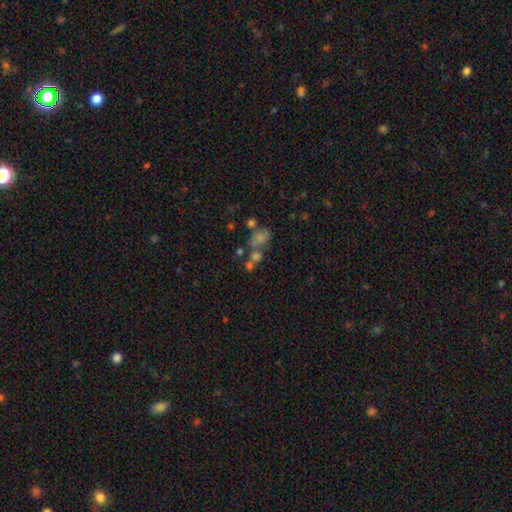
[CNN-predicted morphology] smooth-or-featured: smooth: 52% | star or artifact: 27% | featured or disk: 21%
  how-rounded: in between: 55% | round: 41% | cigar-shaped: 4%
  merging: merger: 44% | none: 34% | minor disturbance: 11% | major disturbance: 10%